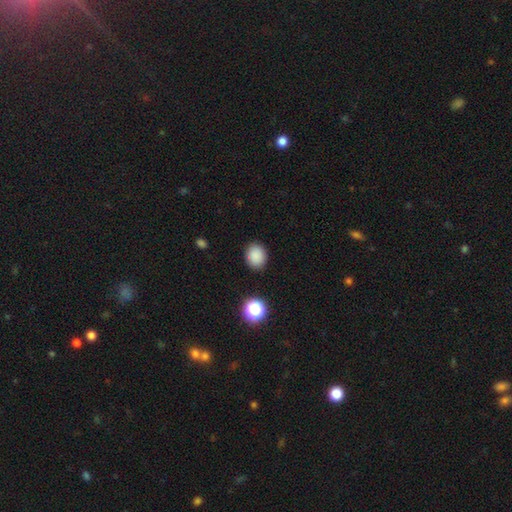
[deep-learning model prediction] Morphology: type=smooth (86%); roundness=round (61%); merging=none (87%).